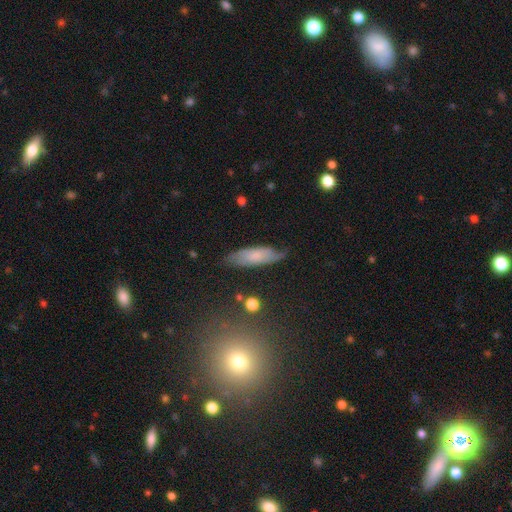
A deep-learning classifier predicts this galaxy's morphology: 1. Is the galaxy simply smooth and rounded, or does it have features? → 56% smooth, 37% featured or disk, 8% star or artifact.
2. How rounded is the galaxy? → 52% in between, 46% cigar-shaped, 2% round.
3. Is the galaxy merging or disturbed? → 70% none, 23% minor disturbance, 5% major disturbance, 2% merger.